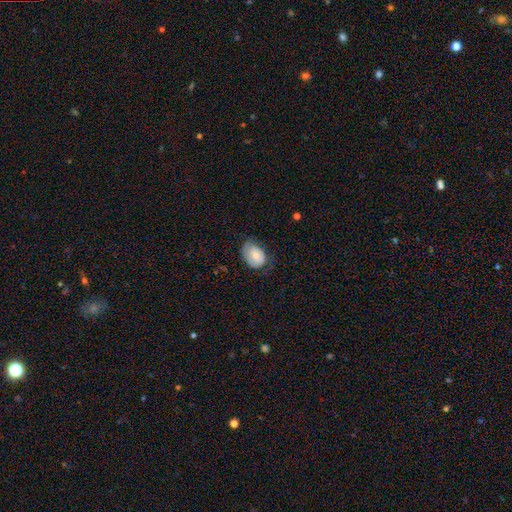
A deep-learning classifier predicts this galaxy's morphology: A smooth galaxy with no disk features (74%) that is in between round and cigar-shaped (78%).

Vote fractions:
- Smooth or featured? smooth: 74% / featured or disk: 19% / star or artifact: 7%
- How rounded? in between: 78% / round: 21% / cigar-shaped: 1%
- Merging? none: 51% / minor disturbance: 35% / major disturbance: 13% / merger: 1%